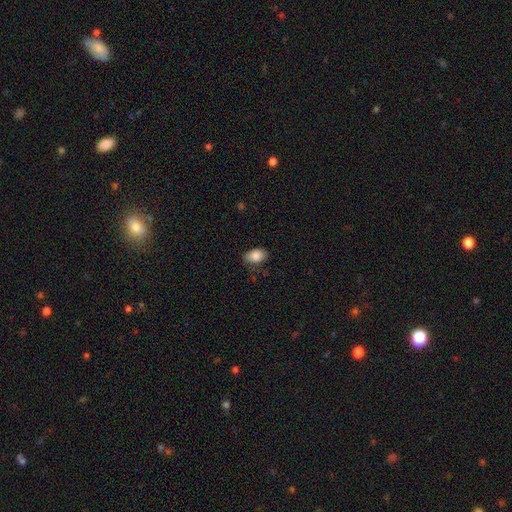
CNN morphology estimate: type=smooth (86%); roundness=in between (89%); merging=none (75%).